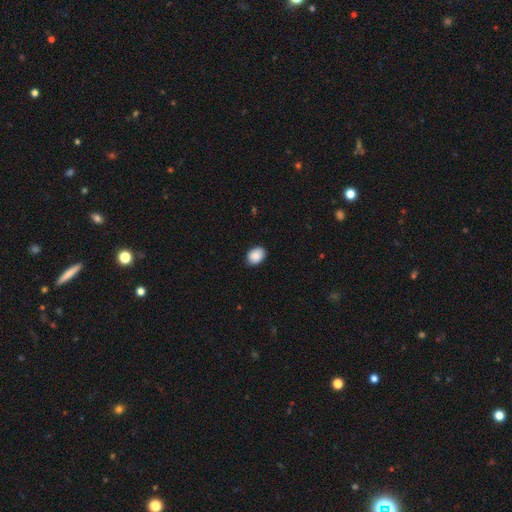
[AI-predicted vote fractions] Overall: smooth (89%). How rounded: in between (70%). Merging: none (87%).